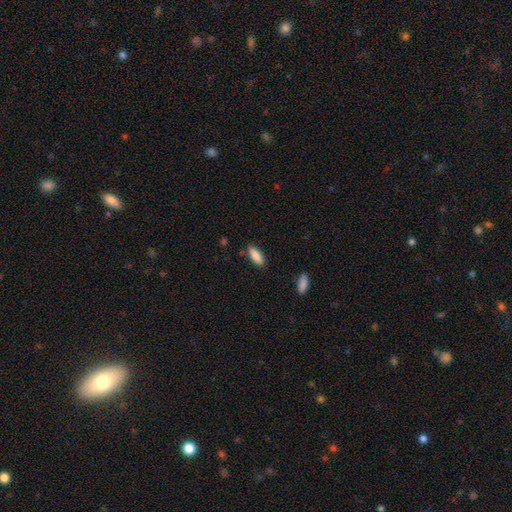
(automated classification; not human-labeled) Overall: smooth (88%). How rounded: in between (66%; cigar-shaped 33%). Merging: none (84%).